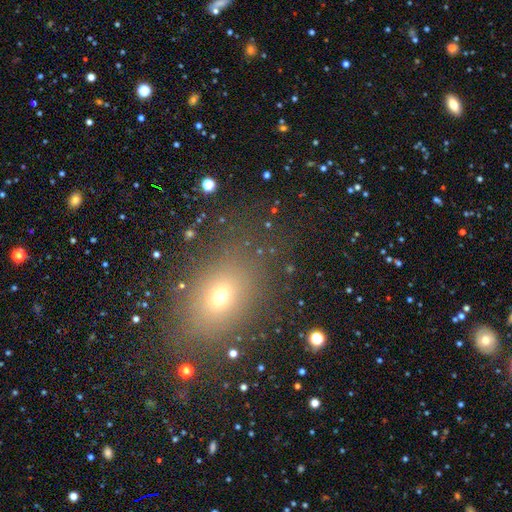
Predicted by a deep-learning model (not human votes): Smooth or featured: smooth — 57% (star or artifact — 32%)
How rounded: in between — 62% (round — 35%)
Merging: none — 84% (minor disturbance — 9%)